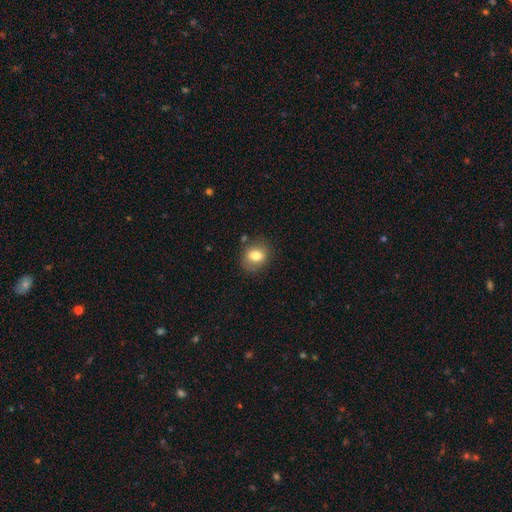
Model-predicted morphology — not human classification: Q: Smooth or featured?
A: smooth (76%); runner-up: featured or disk (15%)
Q: How rounded?
A: round (56%); runner-up: in between (43%)
Q: Merging?
A: none (80%); runner-up: minor disturbance (13%)